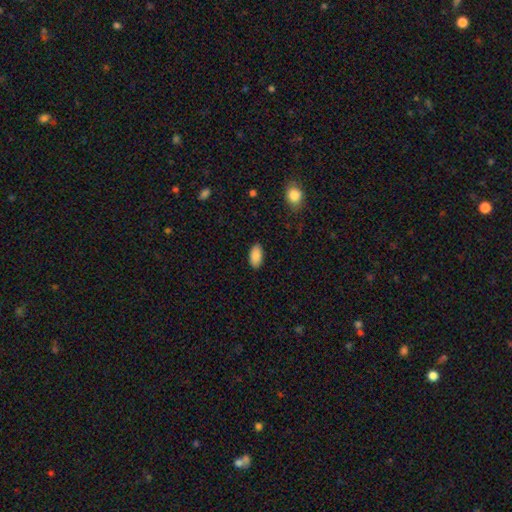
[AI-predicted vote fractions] A smooth galaxy with no disk features (89%) that is in between round and cigar-shaped (94%).

Vote fractions:
- Smooth or featured? smooth: 89% / star or artifact: 7% / featured or disk: 4%
- How rounded? in between: 94% / cigar-shaped: 3% / round: 3%
- Merging? none: 88% / minor disturbance: 8% / major disturbance: 2% / merger: 1%